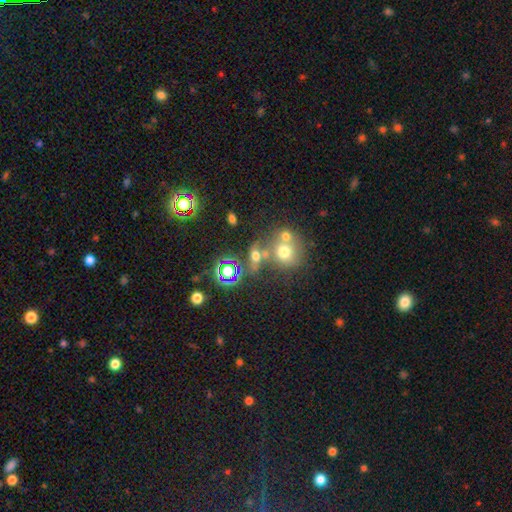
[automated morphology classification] smooth_or_featured: smooth (p=0.50) [alt: star or artifact p=0.29]
merging: none (p=0.42) [alt: merger p=0.40]